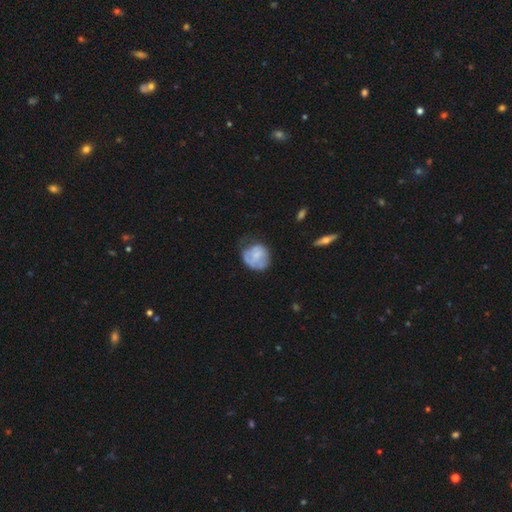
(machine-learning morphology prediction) Smooth or featured? Predicted: smooth (p=0.53). How rounded? Predicted: round (p=0.76). Merging? Predicted: none (p=0.43).